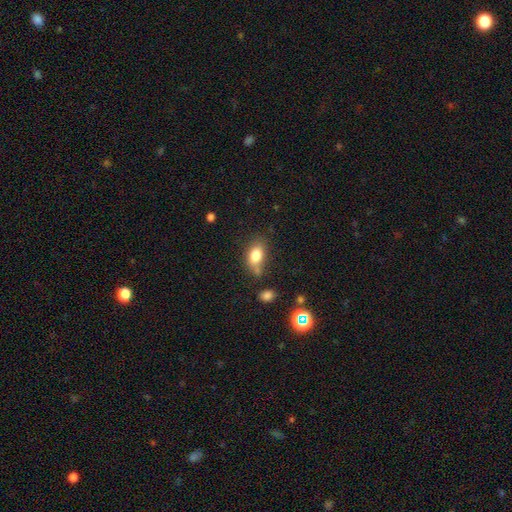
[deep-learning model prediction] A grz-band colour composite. It shows a smooth galaxy with no disk features (81%) that is in between round and cigar-shaped (84%). Merging: none (56%).